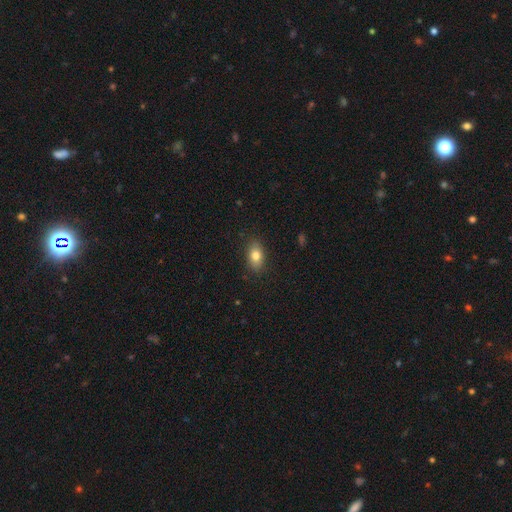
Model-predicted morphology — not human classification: The model was most divided on "smooth or featured": smooth: 78%, featured or disk: 13%, star or artifact: 9%. More confident: merging — none (86%); how rounded — in between (85%).